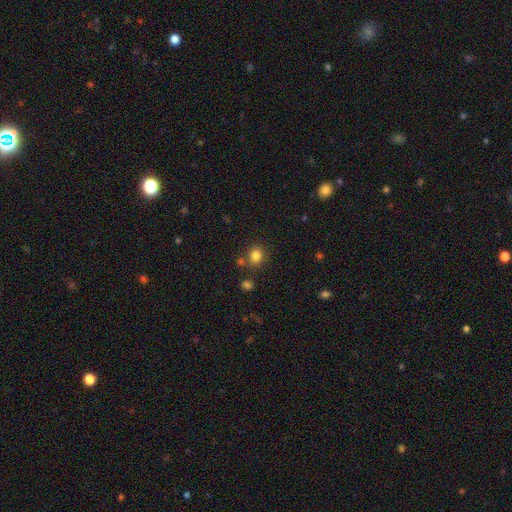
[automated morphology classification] Smooth or featured? smooth (82%)
How rounded? round (80%)
Merging? none (78%)